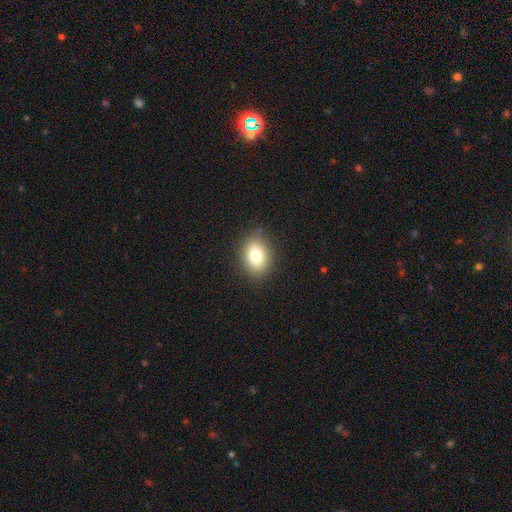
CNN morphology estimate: Q: Smooth or featured?
A: smooth (79%); runner-up: featured or disk (11%)
Q: How rounded?
A: in between (72%); runner-up: round (27%)
Q: Merging?
A: none (87%); runner-up: minor disturbance (10%)